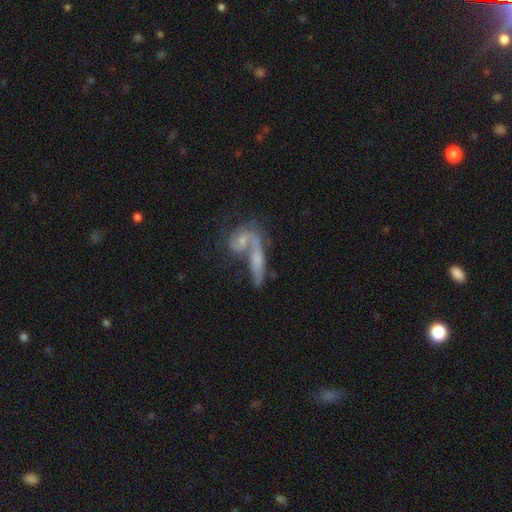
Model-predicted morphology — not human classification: Smooth or featured? featured or disk (61%)
Edge-on disk? no (79%)
Merging? merger (61%)